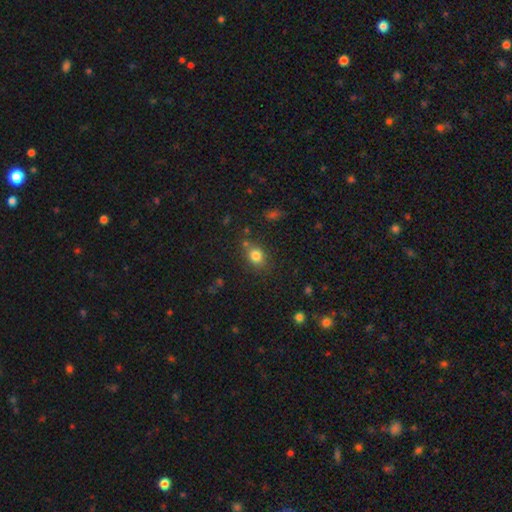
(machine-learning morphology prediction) This is clearly a smooth galaxy (81%). How rounded: possibly round (52%). Merging: likely none (73%).